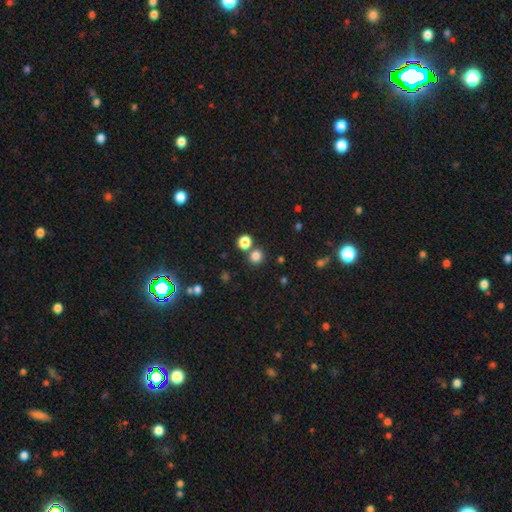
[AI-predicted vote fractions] smooth-or-featured: smooth: 80% | star or artifact: 15% | featured or disk: 5%
  how-rounded: round: 89% | in between: 10% | cigar-shaped: 1%
  merging: none: 74% | merger: 17% | minor disturbance: 7% | major disturbance: 3%